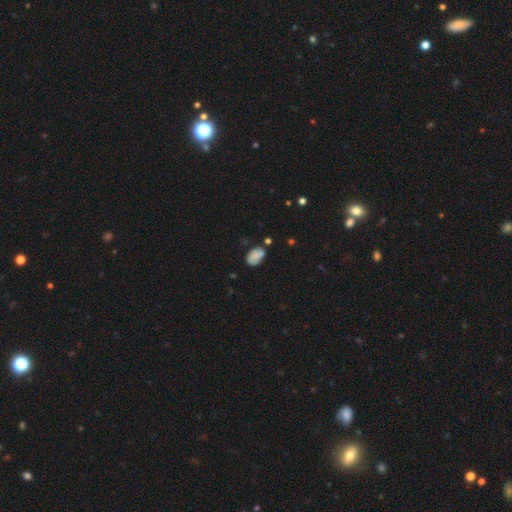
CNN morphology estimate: This is likely a smooth galaxy (73%). How rounded: clearly in between (87%). Merging: possibly none (54%).